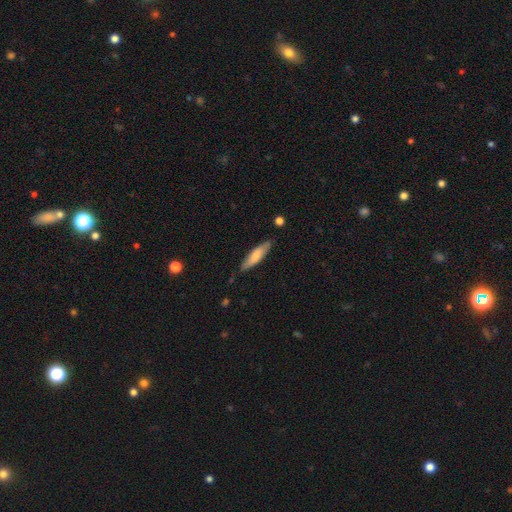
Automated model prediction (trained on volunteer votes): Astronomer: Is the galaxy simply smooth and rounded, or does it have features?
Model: smooth — 72%.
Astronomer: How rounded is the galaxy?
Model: cigar-shaped — 71%.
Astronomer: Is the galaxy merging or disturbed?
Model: none — 81%.